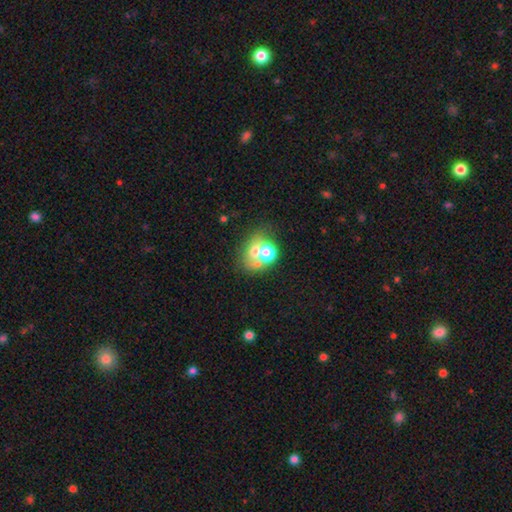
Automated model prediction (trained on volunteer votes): A smooth galaxy with no disk features (49%). Merging: merger (49%).